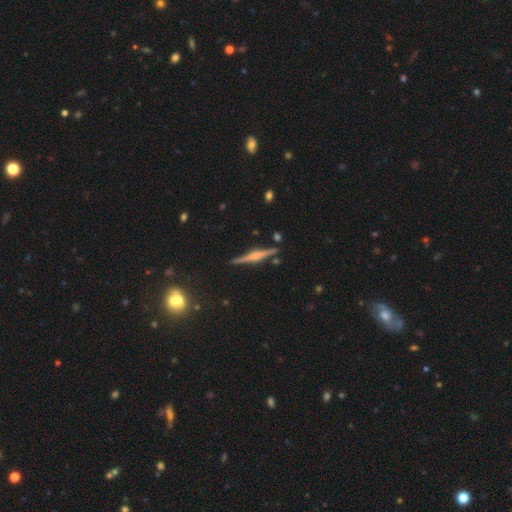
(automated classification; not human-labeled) The model was most divided on "edge-on bulge": rounded: 70%, boxy: 22%, none: 7%. More confident: edge-on disk — yes (98%); merging — none (89%); smooth or featured — featured or disk (77%).